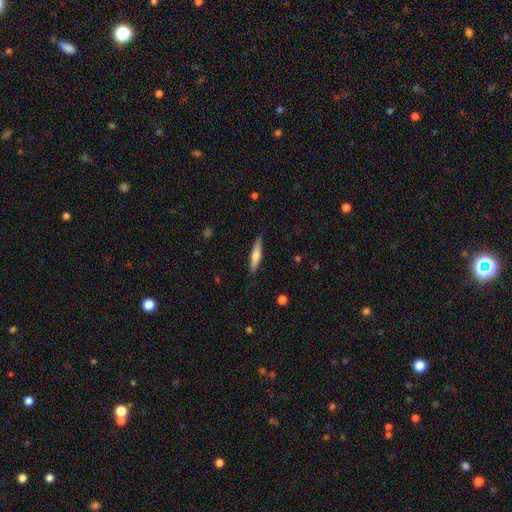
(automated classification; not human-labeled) This is likely a smooth galaxy (61%). How rounded: clearly cigar-shaped (83%). Merging: clearly none (88%).